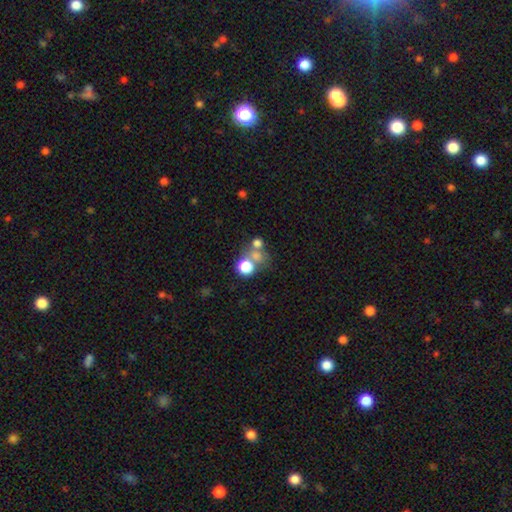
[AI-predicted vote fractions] The model was most divided on "merging": merger: 45%, none: 39%, minor disturbance: 8%, major disturbance: 8%. More confident: how rounded — round (77%); smooth or featured — smooth (65%).